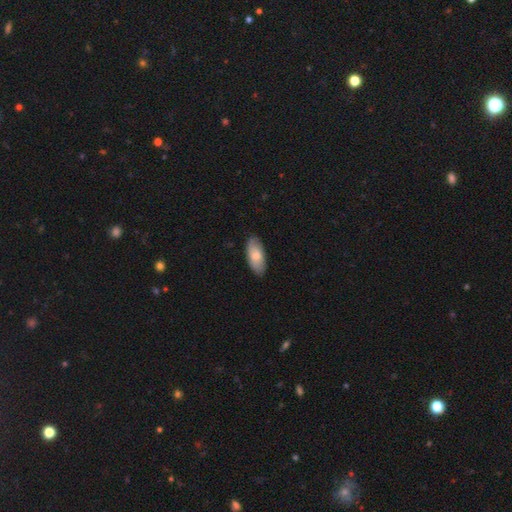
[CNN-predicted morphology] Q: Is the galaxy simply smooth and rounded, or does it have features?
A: smooth — 71%.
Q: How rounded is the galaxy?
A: in between — 89%.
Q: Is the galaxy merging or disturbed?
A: none — 83%.